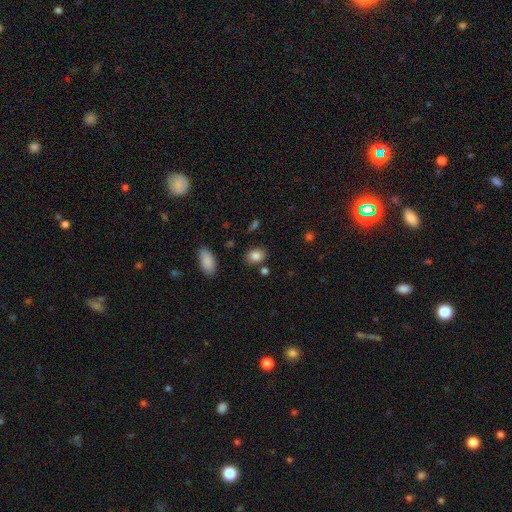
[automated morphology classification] Overall: smooth (84%). How rounded: in between (70%). Merging: none (81%).